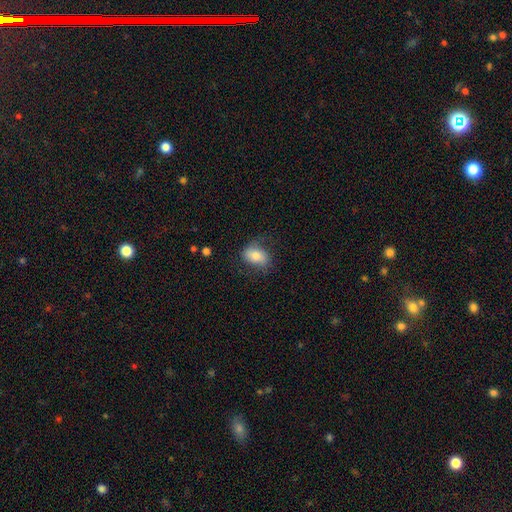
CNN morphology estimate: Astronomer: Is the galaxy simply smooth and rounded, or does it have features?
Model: smooth — 72%.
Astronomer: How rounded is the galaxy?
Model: in between — 82%.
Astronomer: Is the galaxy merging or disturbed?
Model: none — 66%.